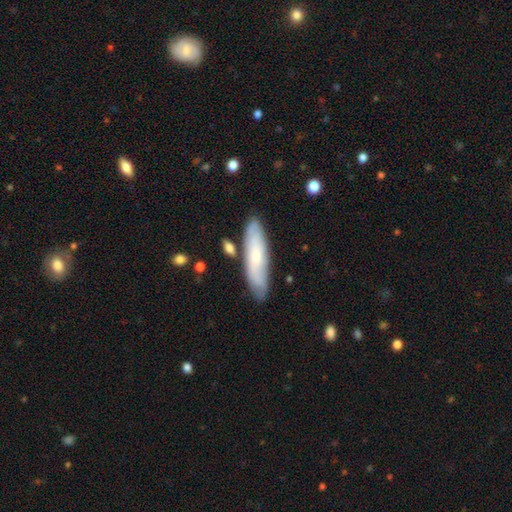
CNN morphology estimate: The model was most divided on "smooth or featured": smooth: 58%, featured or disk: 36%, star or artifact: 6%. More confident: merging — none (79%); how rounded — cigar-shaped (66%).